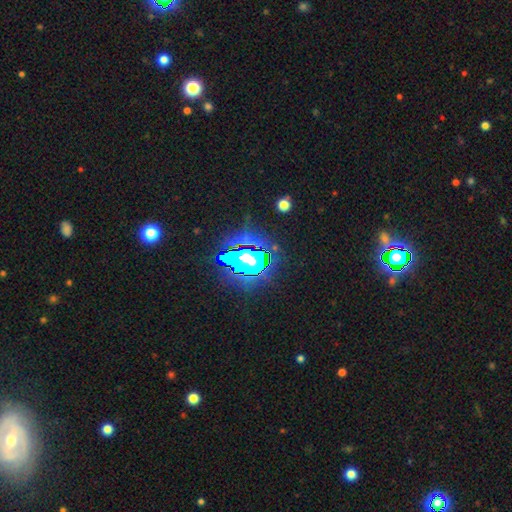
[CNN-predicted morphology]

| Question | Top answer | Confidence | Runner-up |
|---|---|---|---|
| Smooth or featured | star or artifact | 83% | smooth (10%) |